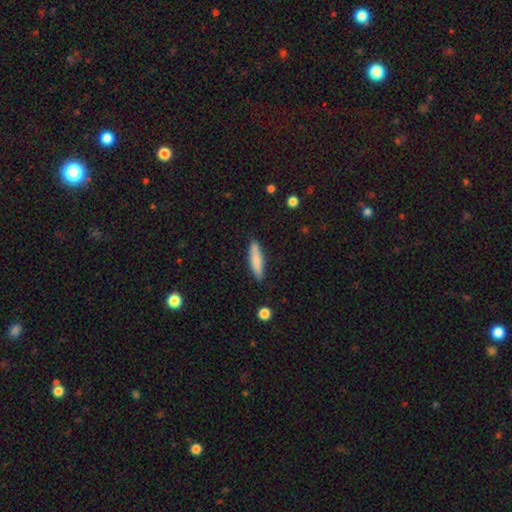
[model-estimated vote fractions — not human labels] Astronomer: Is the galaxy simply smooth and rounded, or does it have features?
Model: smooth — 79%.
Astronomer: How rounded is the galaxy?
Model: cigar-shaped — 84%.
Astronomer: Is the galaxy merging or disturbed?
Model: none — 88%.